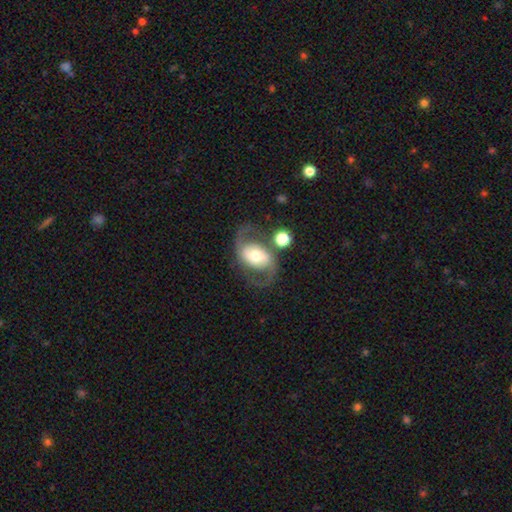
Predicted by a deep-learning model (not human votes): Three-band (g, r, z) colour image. It shows a featured or disk galaxy (77%) with no bar (49%), 2 (91%) medium (45%) spiral arms (86%) and a moderate central bulge (65%). Merging: none (66%).